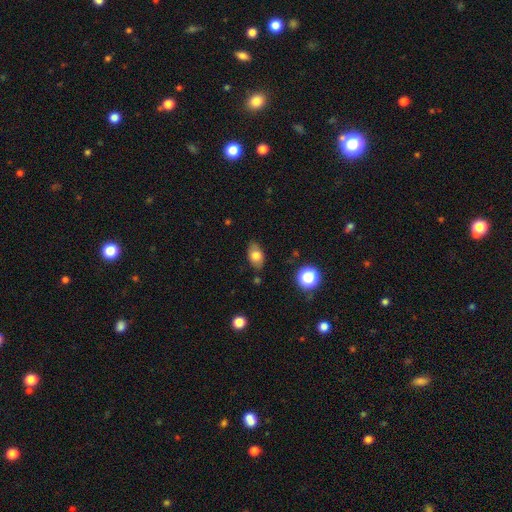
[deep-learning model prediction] This is likely a smooth galaxy (75%). How rounded: clearly in between (87%). Merging: likely none (80%).